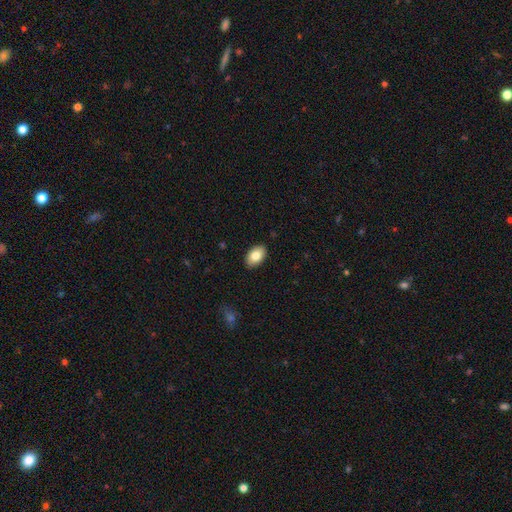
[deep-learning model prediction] Smooth or featured? Predicted: smooth (p=0.82). How rounded? Predicted: in between (p=0.92). Merging? Predicted: none (p=0.89).